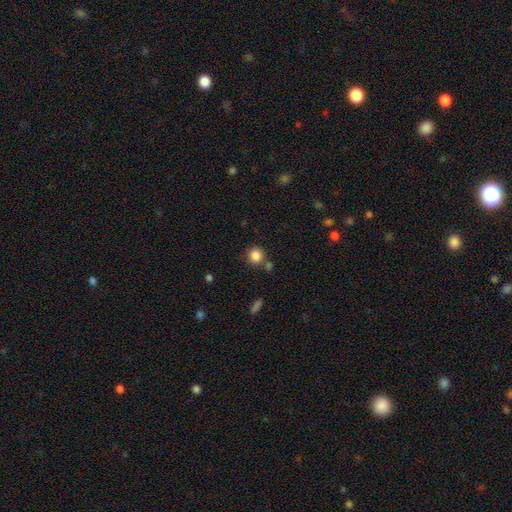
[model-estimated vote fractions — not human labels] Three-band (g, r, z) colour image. It shows a smooth galaxy with no disk features (85%) that is round (88%). Merging: none (73%).